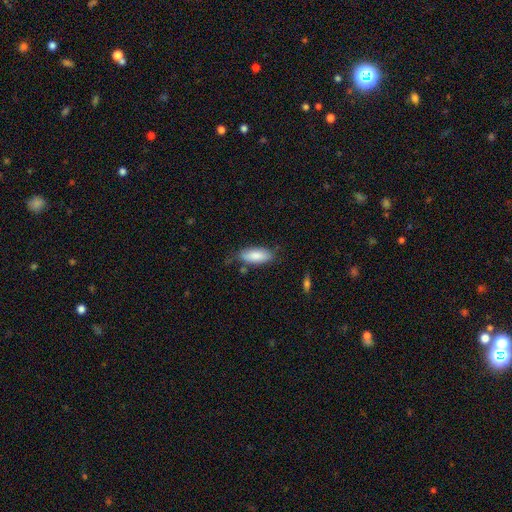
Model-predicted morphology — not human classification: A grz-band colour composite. It shows a smooth galaxy with no disk features (85%) that is in between round and cigar-shaped (81%). Merging: none (71%).